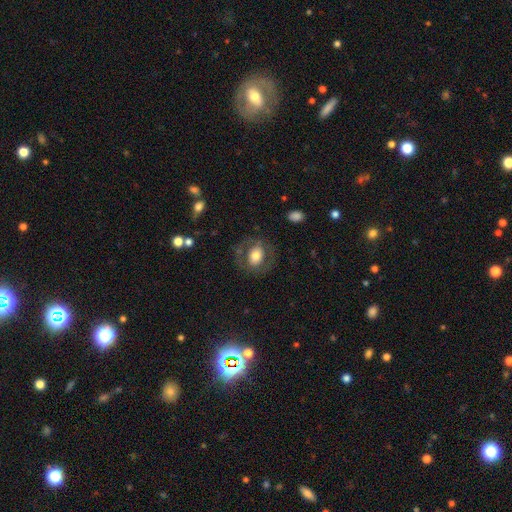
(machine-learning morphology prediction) A smooth galaxy with no disk features (56%) that is in between round and cigar-shaped (50%).

Vote fractions:
- Smooth or featured? smooth: 56% / featured or disk: 36% / star or artifact: 8%
- How rounded? in between: 50% / round: 48% / cigar-shaped: 1%
- Merging? none: 72% / minor disturbance: 14% / major disturbance: 12% / merger: 2%